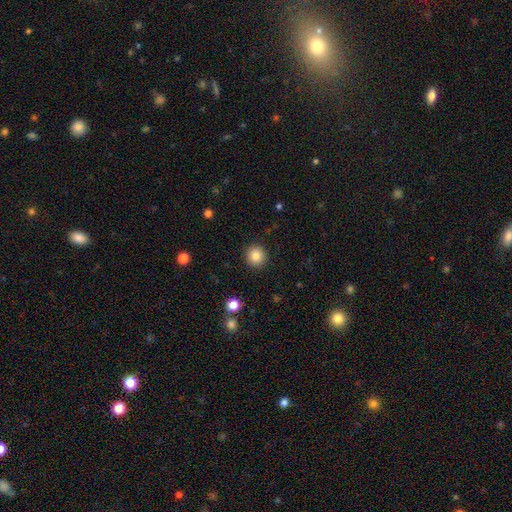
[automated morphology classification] Q: Smooth or featured?
A: smooth (84%); runner-up: star or artifact (10%)
Q: How rounded?
A: round (93%); runner-up: in between (6%)
Q: Merging?
A: none (92%); runner-up: minor disturbance (5%)